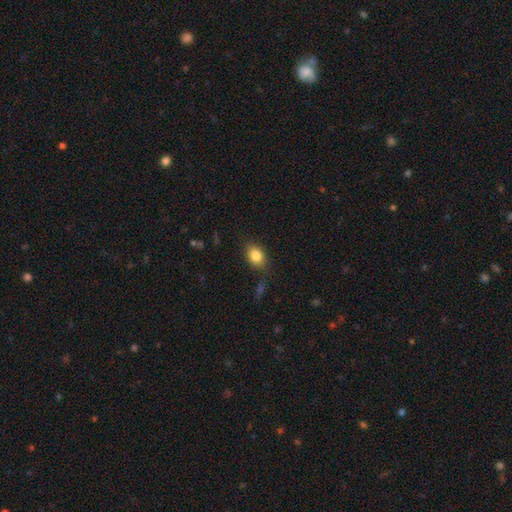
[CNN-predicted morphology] Smooth or featured?
  - smooth: 84% *
  - star or artifact: 8%
  - featured or disk: 8%
How rounded?
  - in between: 74% *
  - round: 25%
  - cigar-shaped: 2%
Merging?
  - none: 80% *
  - minor disturbance: 14%
  - major disturbance: 4%
  - merger: 2%